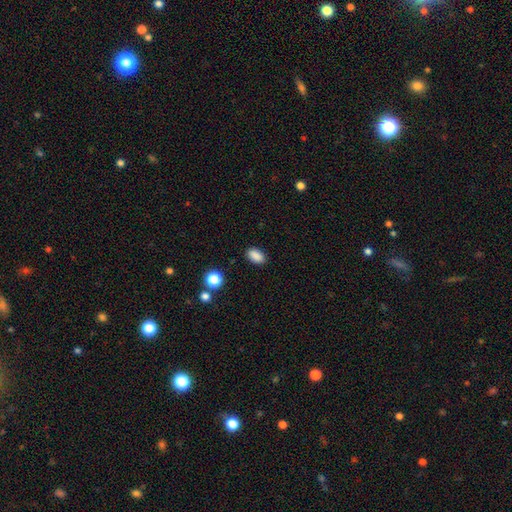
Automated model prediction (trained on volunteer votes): Smooth or featured: smooth — 87% (star or artifact — 10%)
How rounded: in between — 88% (round — 10%)
Merging: none — 87% (minor disturbance — 9%)